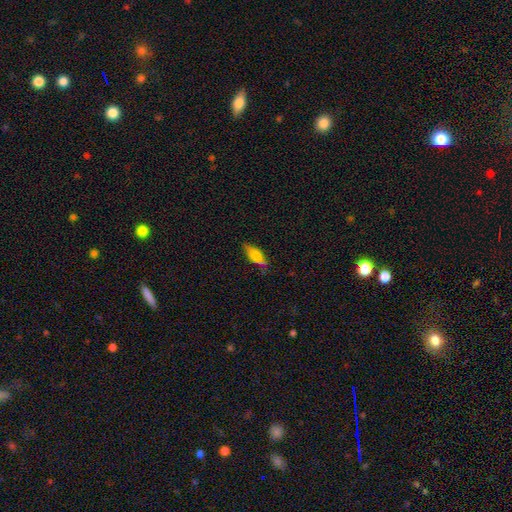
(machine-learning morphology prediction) Smooth or featured? Predicted: smooth (p=0.70). How rounded? Predicted: in between (p=0.72). Merging? Predicted: none (p=0.67).